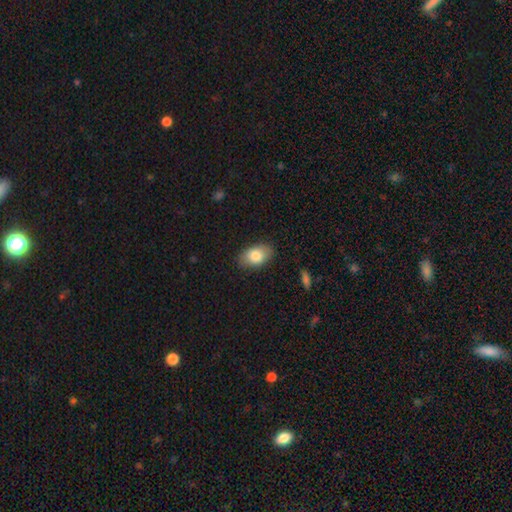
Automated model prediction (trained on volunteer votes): smooth-or-featured: smooth: 82% | featured or disk: 11% | star or artifact: 7%
  how-rounded: in between: 90% | round: 8% | cigar-shaped: 1%
  merging: none: 85% | minor disturbance: 11% | major disturbance: 3% | merger: 1%